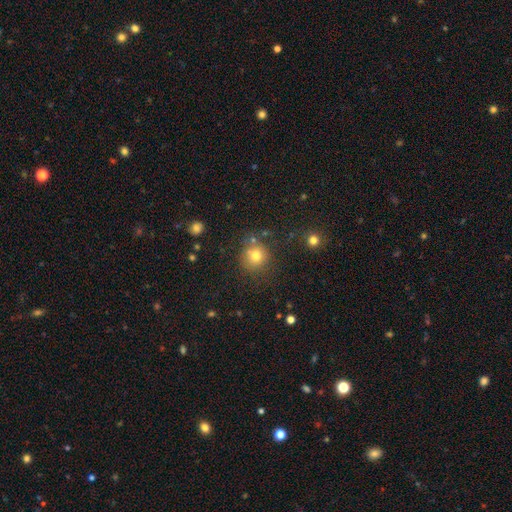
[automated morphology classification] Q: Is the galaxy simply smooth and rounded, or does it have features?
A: smooth — 76%.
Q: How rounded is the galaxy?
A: round — 89%.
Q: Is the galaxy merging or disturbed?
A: none — 74%.